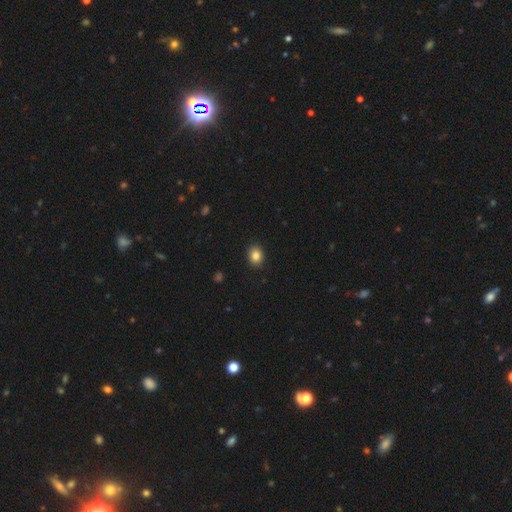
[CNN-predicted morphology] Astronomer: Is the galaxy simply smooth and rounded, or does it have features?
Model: smooth — 85%.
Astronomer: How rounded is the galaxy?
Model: in between — 53% (runner-up: round, 46%).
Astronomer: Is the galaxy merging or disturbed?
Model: none — 90%.